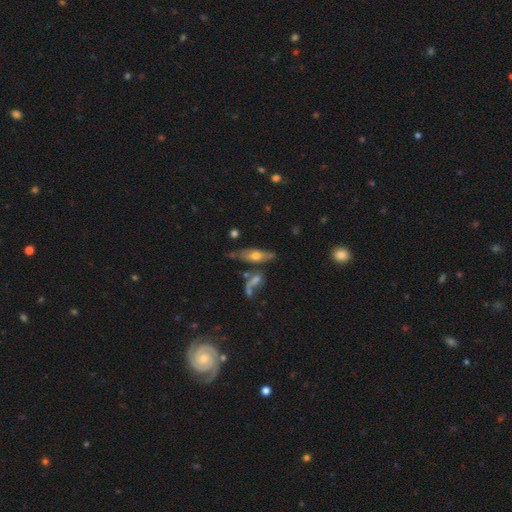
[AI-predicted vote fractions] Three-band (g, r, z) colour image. It shows a smooth galaxy with no disk features (48%). Merging: none (55%).